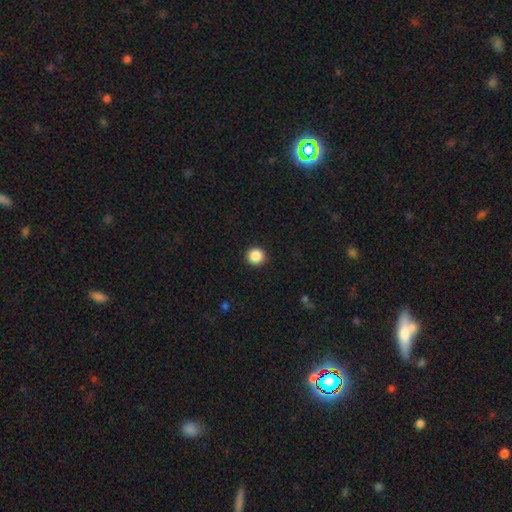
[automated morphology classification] A smooth galaxy with no disk features (87%) that is round (96%).

Vote fractions:
- Smooth or featured? smooth: 87% / star or artifact: 10% / featured or disk: 3%
- How rounded? round: 96% / in between: 3% / cigar-shaped: 1%
- Merging? none: 93% / minor disturbance: 4% / major disturbance: 2% / merger: 1%